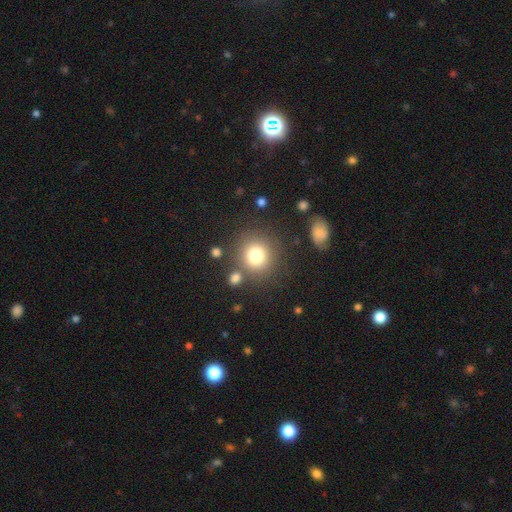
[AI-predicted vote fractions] Q: Smooth or featured?
A: smooth (78%); runner-up: star or artifact (12%)
Q: How rounded?
A: round (88%); runner-up: in between (11%)
Q: Merging?
A: none (79%); runner-up: minor disturbance (9%)